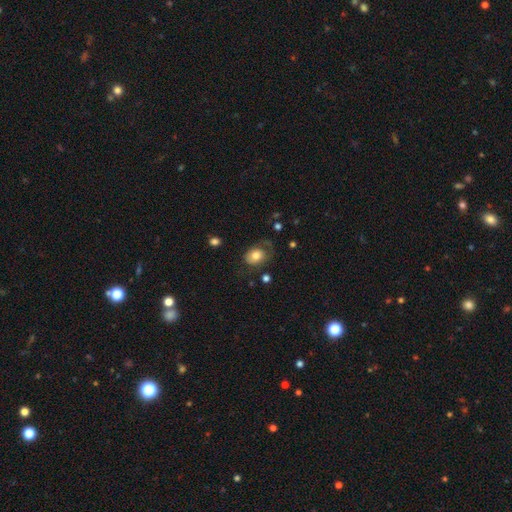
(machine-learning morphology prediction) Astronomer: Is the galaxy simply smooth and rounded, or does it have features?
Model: smooth — 71%.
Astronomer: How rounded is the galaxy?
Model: in between — 61% (runner-up: round, 39%).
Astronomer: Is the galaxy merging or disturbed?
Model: none — 50% (runner-up: minor disturbance, 25%).